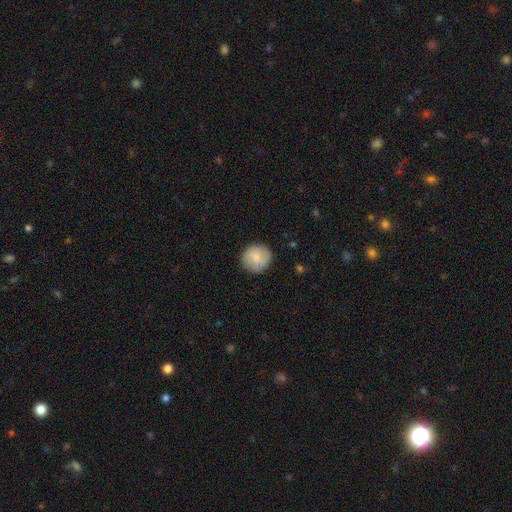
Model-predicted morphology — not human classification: type=smooth (81%); roundness=round (90%); merging=none (83%).